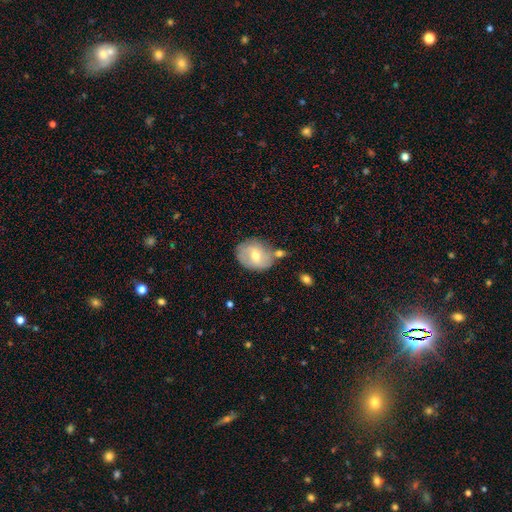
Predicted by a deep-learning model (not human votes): Smooth or featured?
  - smooth: 56% *
  - featured or disk: 37%
  - star or artifact: 7%
How rounded?
  - round: 51% *
  - in between: 47%
  - cigar-shaped: 1%
Merging?
  - none: 59% *
  - minor disturbance: 21%
  - merger: 13%
  - major disturbance: 6%